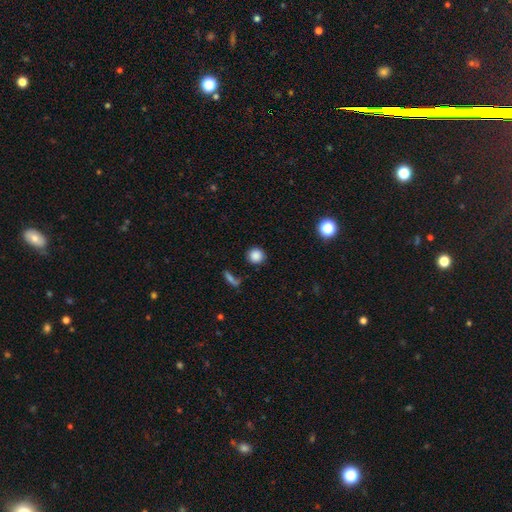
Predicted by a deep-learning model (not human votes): A smooth galaxy with no disk features (85%) that is round (93%). Merging: none (86%).